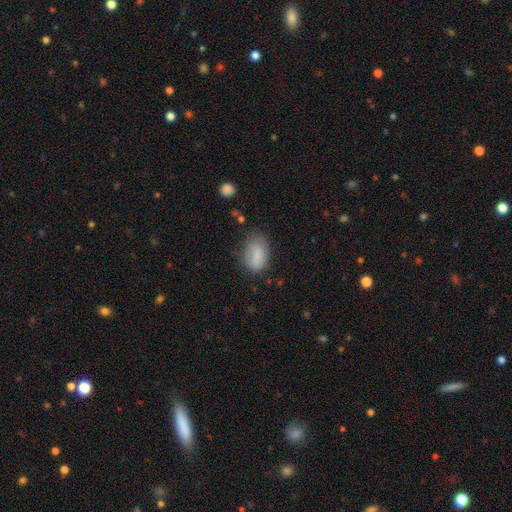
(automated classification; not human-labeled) smooth-or-featured: smooth: 80% | featured or disk: 13% | star or artifact: 8%
  how-rounded: in between: 88% | round: 11% | cigar-shaped: 2%
  merging: none: 60% | minor disturbance: 29% | major disturbance: 9% | merger: 3%